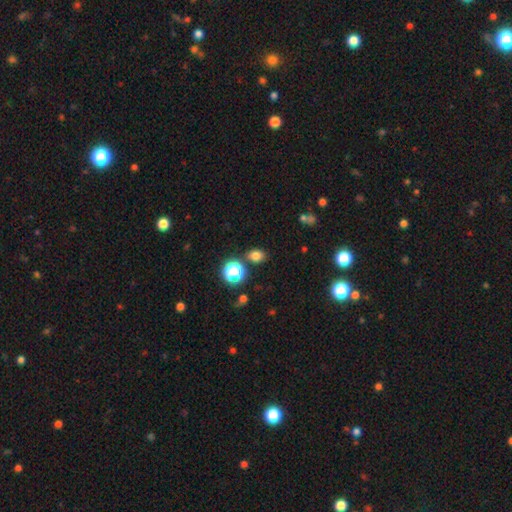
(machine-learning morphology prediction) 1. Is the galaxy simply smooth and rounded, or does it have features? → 76% smooth, 18% star or artifact, 6% featured or disk.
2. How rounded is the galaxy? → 54% in between, 44% round, 1% cigar-shaped.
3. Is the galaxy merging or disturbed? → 81% none, 10% minor disturbance, 6% merger, 3% major disturbance.